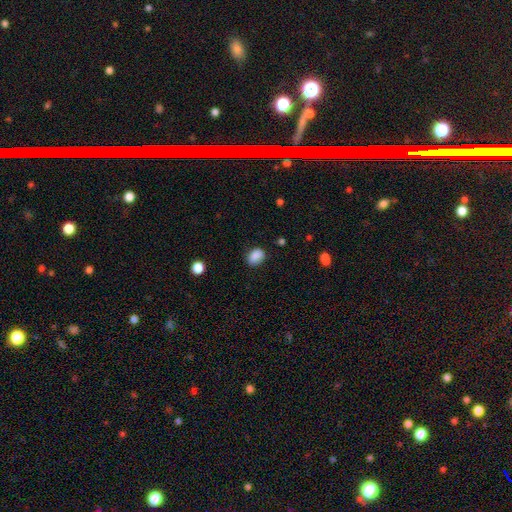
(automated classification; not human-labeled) Morphology: type=smooth (87%); roundness=in between (67%); merging=none (81%).